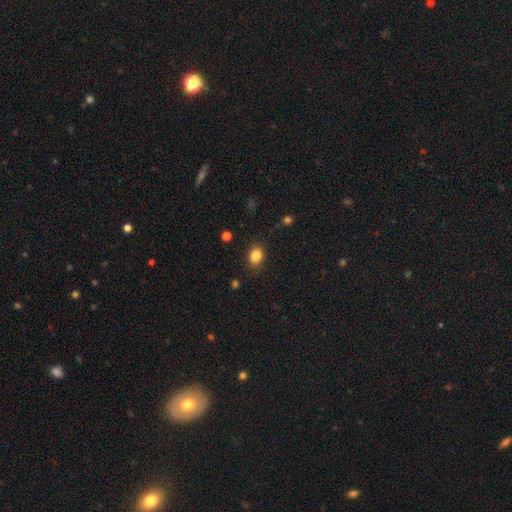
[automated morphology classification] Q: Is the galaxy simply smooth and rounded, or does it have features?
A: smooth — 84%.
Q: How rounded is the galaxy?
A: in between — 60%.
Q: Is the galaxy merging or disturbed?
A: none — 85%.